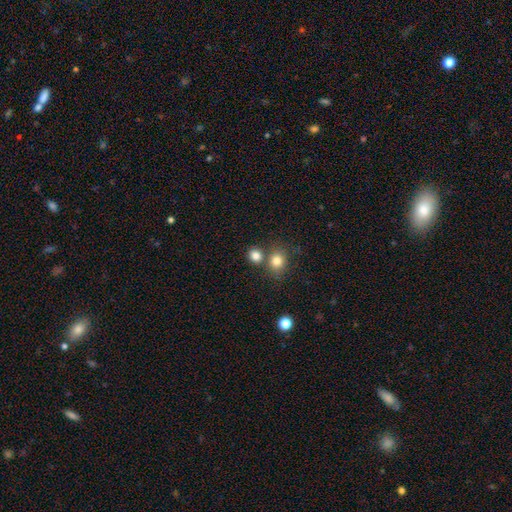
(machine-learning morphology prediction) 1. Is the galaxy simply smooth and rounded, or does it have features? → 82% smooth, 12% star or artifact, 6% featured or disk.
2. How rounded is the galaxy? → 79% round, 20% in between, 1% cigar-shaped.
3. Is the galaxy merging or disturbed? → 64% none, 25% merger, 8% minor disturbance, 3% major disturbance.